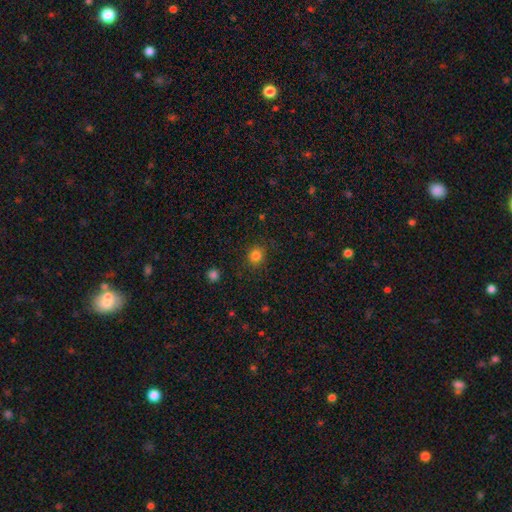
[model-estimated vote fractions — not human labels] smooth-or-featured: smooth: 82% | star or artifact: 13% | featured or disk: 5%
  how-rounded: round: 86% | in between: 13% | cigar-shaped: 1%
  merging: none: 87% | minor disturbance: 9% | major disturbance: 3% | merger: 1%